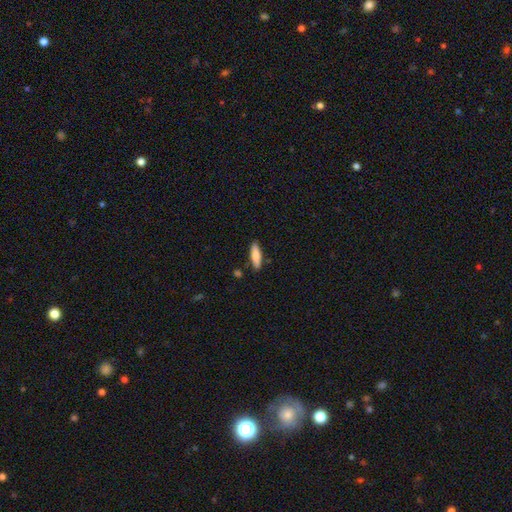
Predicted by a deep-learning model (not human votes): Smooth or featured?
  - smooth: 78% *
  - featured or disk: 16%
  - star or artifact: 6%
How rounded?
  - cigar-shaped: 58% *
  - in between: 40%
  - round: 2%
Merging?
  - none: 85% *
  - minor disturbance: 10%
  - merger: 3%
  - major disturbance: 2%